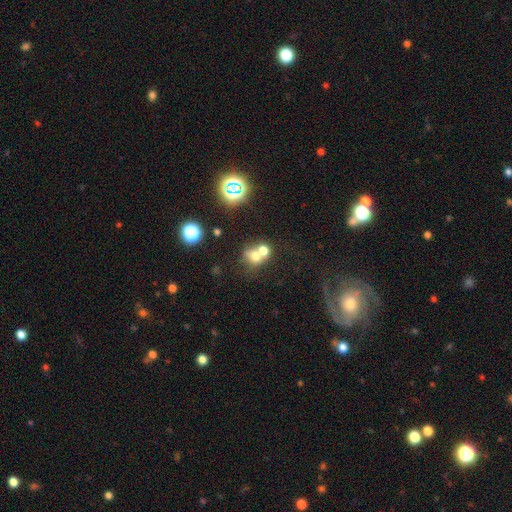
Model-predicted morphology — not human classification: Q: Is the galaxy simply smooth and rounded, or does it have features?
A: smooth — 63%.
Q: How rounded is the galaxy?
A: round — 64%.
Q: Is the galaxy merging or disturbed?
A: merger — 61%.